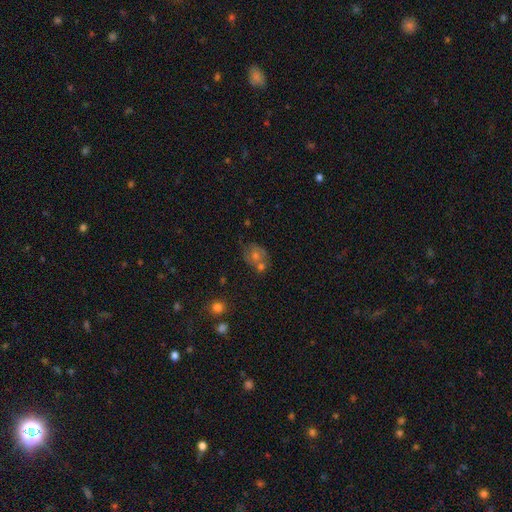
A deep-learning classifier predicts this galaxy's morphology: Smooth or featured? Predicted: smooth (p=0.44). Merging? Predicted: none (p=0.50).